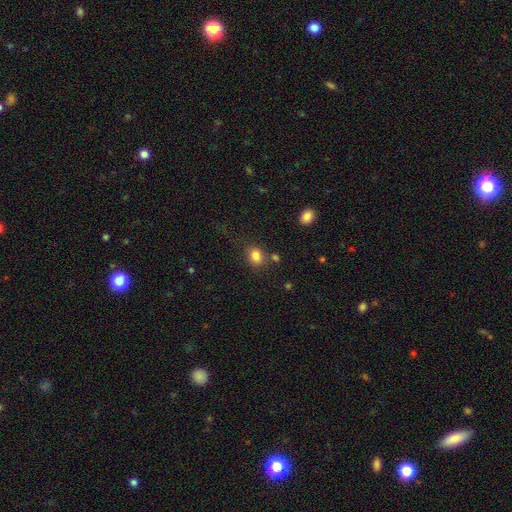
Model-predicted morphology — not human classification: Smooth or featured? smooth (83%)
How rounded? in between (54%)
Merging? none (71%)